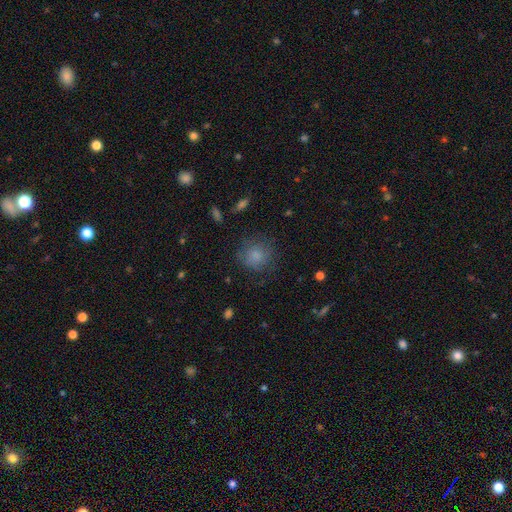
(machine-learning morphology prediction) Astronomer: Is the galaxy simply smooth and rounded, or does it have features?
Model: smooth — 80%.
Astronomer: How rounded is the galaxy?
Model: round — 86%.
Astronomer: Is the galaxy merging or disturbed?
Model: none — 72%.